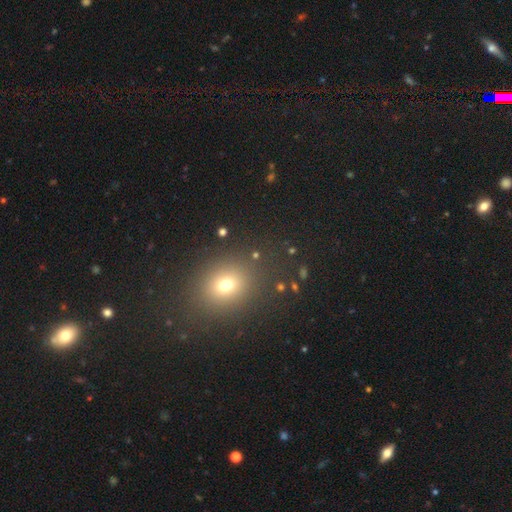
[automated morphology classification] smooth 64%, star or artifact 27%, featured or disk 8%. Down the decision tree: how rounded — round (61%); merging — none (85%).